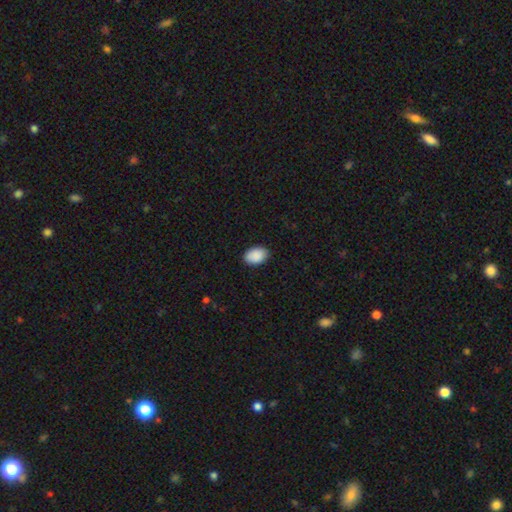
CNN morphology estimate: A smooth galaxy with no disk features (91%) that is in between round and cigar-shaped (87%). Merging: none (89%).